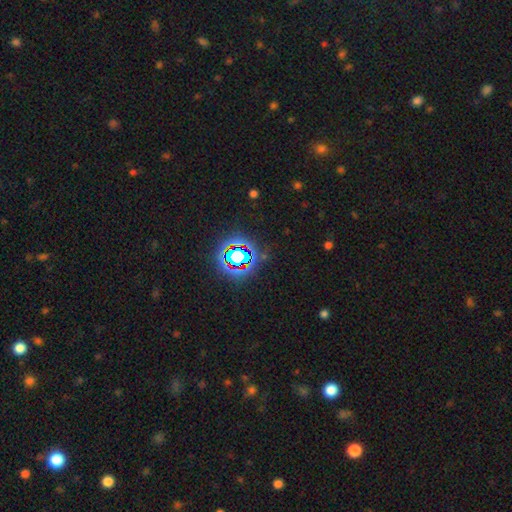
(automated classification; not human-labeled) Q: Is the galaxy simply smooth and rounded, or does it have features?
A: star or artifact — 79%.